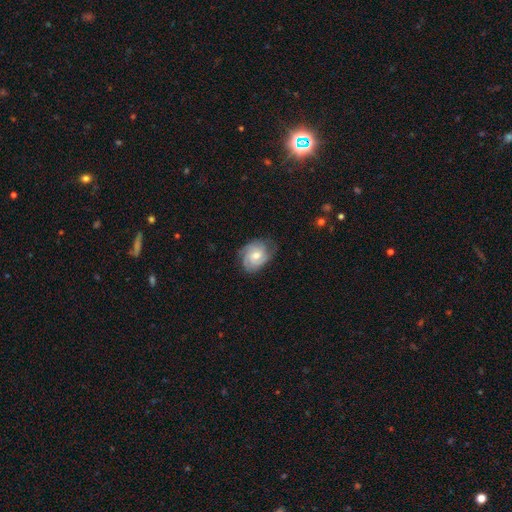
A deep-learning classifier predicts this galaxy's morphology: The model was most divided on "spiral arm count": 3: 35%, can't tell: 25%, 2: 21%, 4: 10%, 1: 5%, more than 4: 4%. More confident: edge-on disk — no (97%); spiral arms — yes (94%); smooth or featured — featured or disk (71%); merging — none (70%); bar — no (66%); bulge size — moderate (61%); spiral winding — tight (59%).